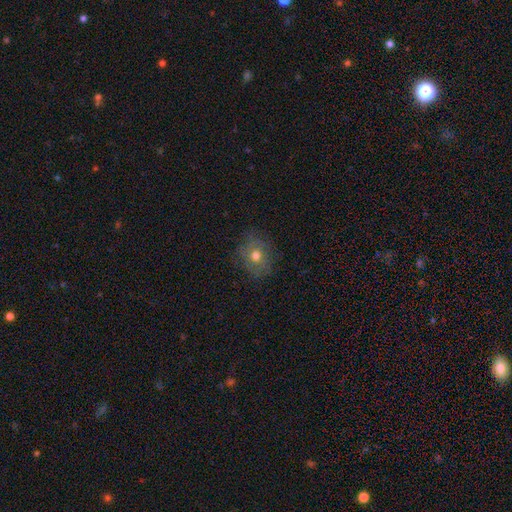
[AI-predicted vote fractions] This is possibly a smooth galaxy (54%). How rounded: likely round (67%). Merging: likely none (79%).